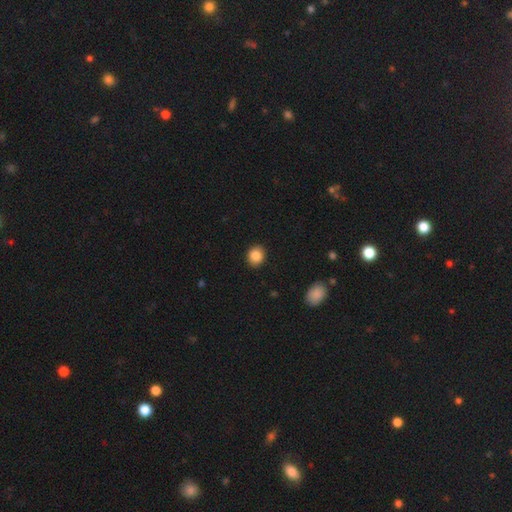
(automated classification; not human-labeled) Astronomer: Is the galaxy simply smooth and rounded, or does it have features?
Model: smooth — 86%.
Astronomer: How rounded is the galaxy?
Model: round — 71%.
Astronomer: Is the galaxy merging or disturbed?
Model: none — 91%.